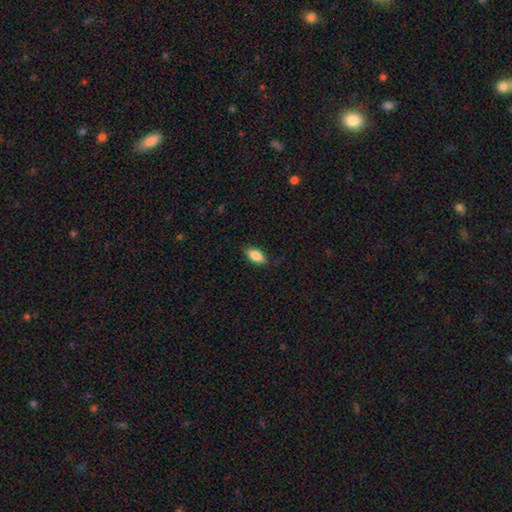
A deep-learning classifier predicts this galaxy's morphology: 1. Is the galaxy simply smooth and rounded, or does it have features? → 86% smooth, 7% featured or disk, 7% star or artifact.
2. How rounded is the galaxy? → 90% in between, 7% cigar-shaped, 3% round.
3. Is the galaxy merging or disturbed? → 81% none, 15% minor disturbance, 3% major disturbance, 1% merger.